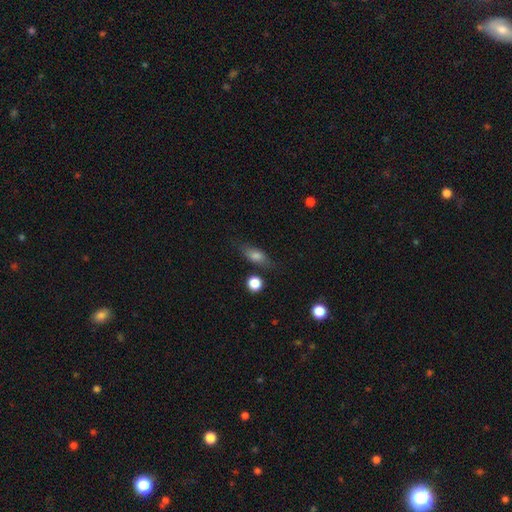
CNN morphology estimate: Smooth or featured? smooth (70%)
How rounded? in between (63%)
Merging? none (71%)